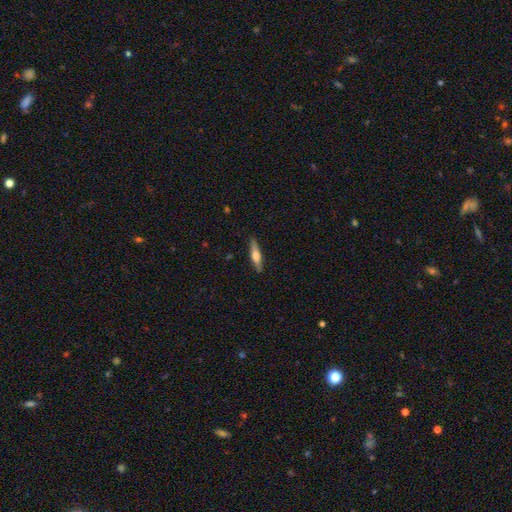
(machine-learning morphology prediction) The model was most divided on "smooth or featured": featured or disk: 50%, smooth: 44%, star or artifact: 6%. More confident: merging — none (88%).